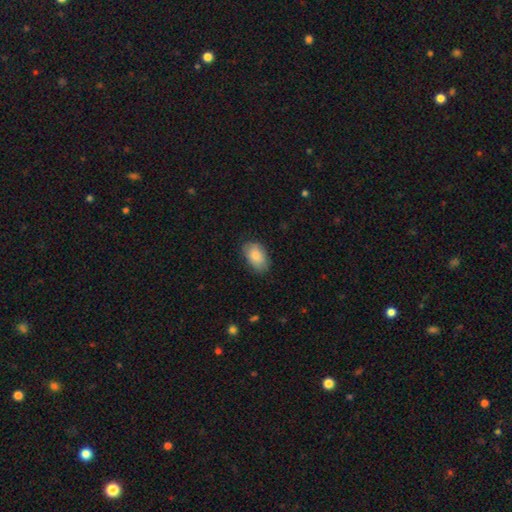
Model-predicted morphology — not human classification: Smooth or featured?
  - smooth: 85% *
  - featured or disk: 9%
  - star or artifact: 6%
How rounded?
  - in between: 92% *
  - round: 7%
  - cigar-shaped: 1%
Merging?
  - none: 79% *
  - minor disturbance: 17%
  - major disturbance: 3%
  - merger: 1%